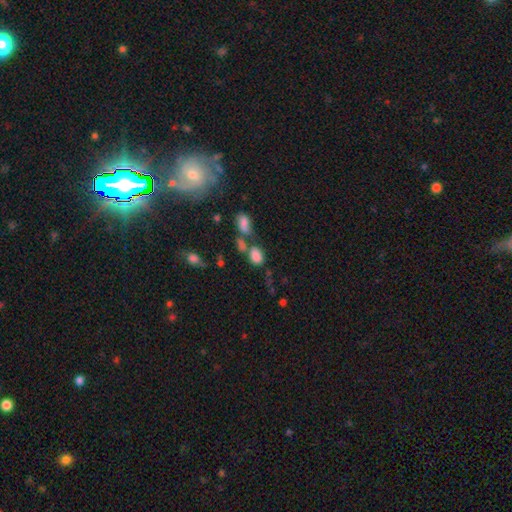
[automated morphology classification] Q: Smooth or featured?
A: smooth (81%); runner-up: star or artifact (11%)
Q: How rounded?
A: in between (76%); runner-up: round (21%)
Q: Merging?
A: none (41%); runner-up: merger (38%)